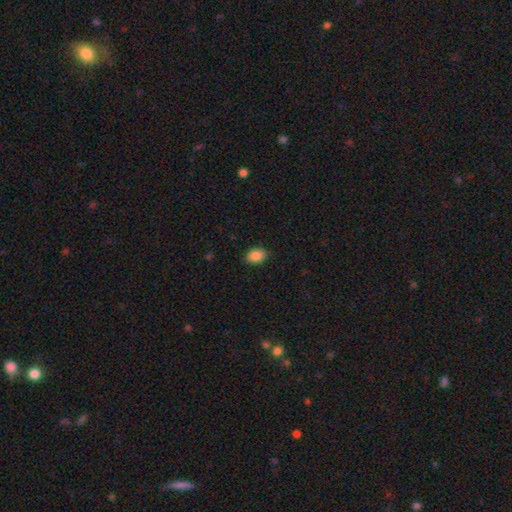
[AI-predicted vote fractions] This appears to be a smooth galaxy with no disk features (88%) that is in between round and cigar-shaped (81%). Merging: none (86%).